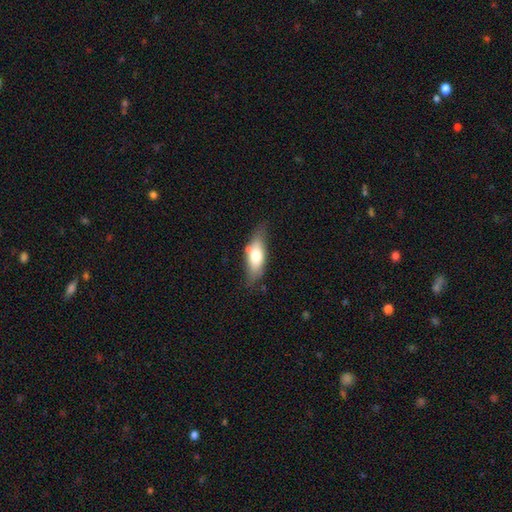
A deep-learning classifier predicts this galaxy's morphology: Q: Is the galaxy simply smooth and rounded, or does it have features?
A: smooth — 66%.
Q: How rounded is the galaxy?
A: in between — 70%.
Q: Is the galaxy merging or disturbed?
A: none — 67%.